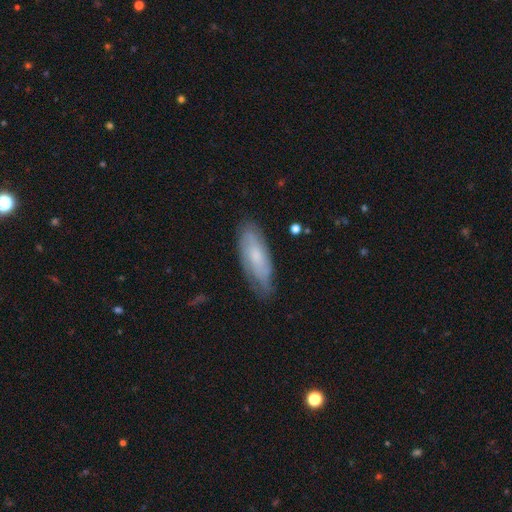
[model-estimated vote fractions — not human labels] Smooth or featured? Predicted: smooth (p=0.49). Merging? Predicted: none (p=0.74).